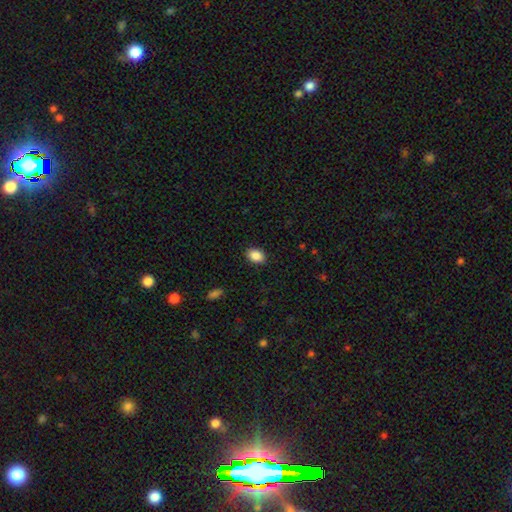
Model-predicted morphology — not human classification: type=smooth (89%); roundness=in between (80%); merging=none (89%).